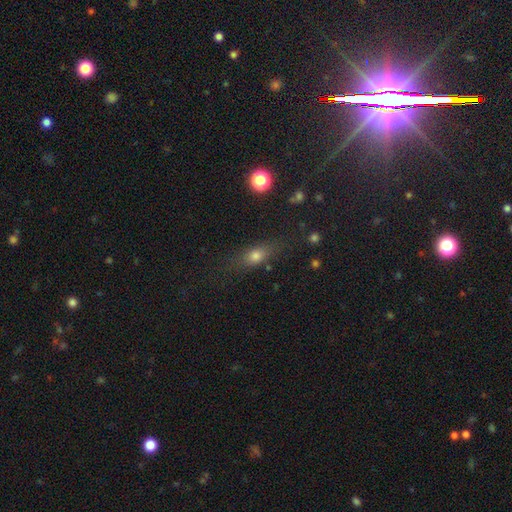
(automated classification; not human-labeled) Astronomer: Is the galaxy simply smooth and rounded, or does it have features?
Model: smooth — 69%.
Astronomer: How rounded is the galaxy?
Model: in between — 61%.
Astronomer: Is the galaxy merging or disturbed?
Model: none — 73%.